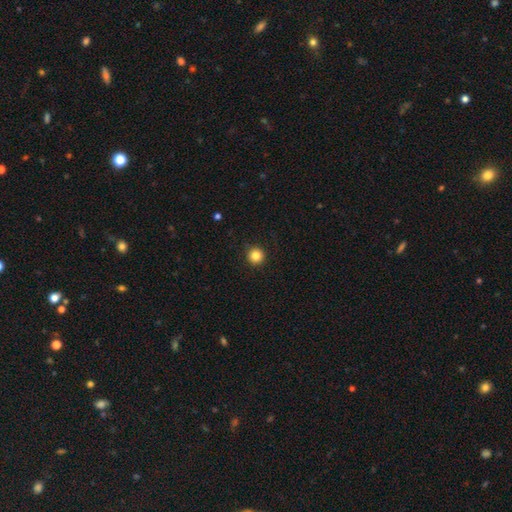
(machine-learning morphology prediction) Smooth or featured? Predicted: smooth (p=0.84). How rounded? Predicted: round (p=0.96). Merging? Predicted: none (p=0.92).